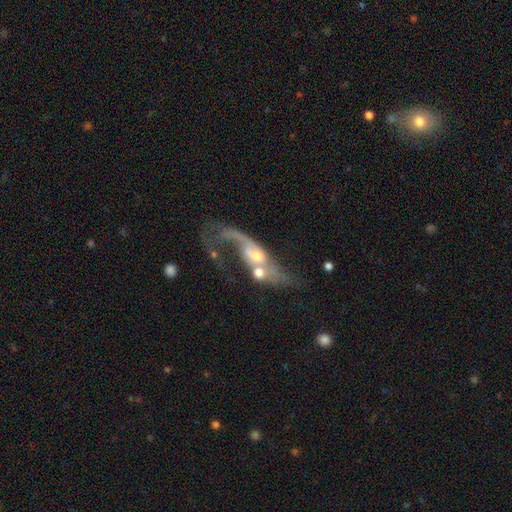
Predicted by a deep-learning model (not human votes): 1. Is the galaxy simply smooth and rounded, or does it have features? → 73% featured or disk, 19% smooth, 8% star or artifact.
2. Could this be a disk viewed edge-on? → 88% no, 12% yes.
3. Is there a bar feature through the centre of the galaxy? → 59% no, 30% weak, 10% strong.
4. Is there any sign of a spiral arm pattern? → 74% yes, 26% no.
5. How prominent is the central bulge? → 50% moderate, 30% small, 10% large, 7% none, 2% dominant.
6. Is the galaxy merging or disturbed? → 45% merger, 27% major disturbance, 19% none, 9% minor disturbance.